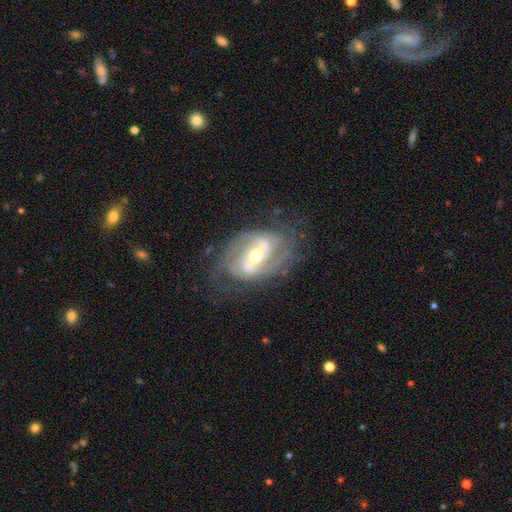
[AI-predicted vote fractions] Smooth or featured? featured or disk (86%)
Edge-on disk? no (95%)
Bar? strong (44%)
Spiral arms? yes (92%)
Spiral winding? tight (44%)
Spiral arm count? 2 (60%)
Bulge size? moderate (58%)
Merging? none (71%)